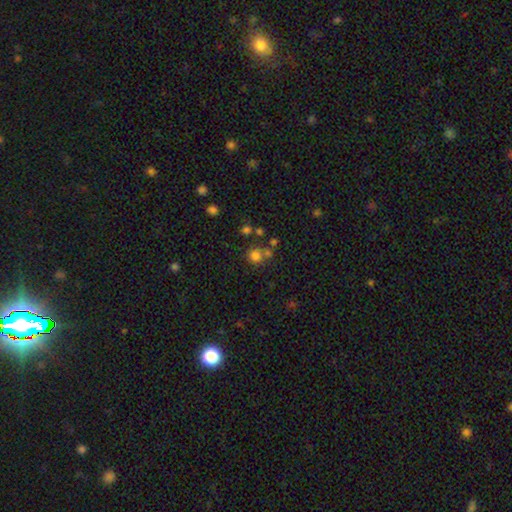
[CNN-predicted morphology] Q: Smooth or featured?
A: smooth (75%); runner-up: star or artifact (17%)
Q: How rounded?
A: round (91%); runner-up: in between (8%)
Q: Merging?
A: none (66%); runner-up: merger (21%)